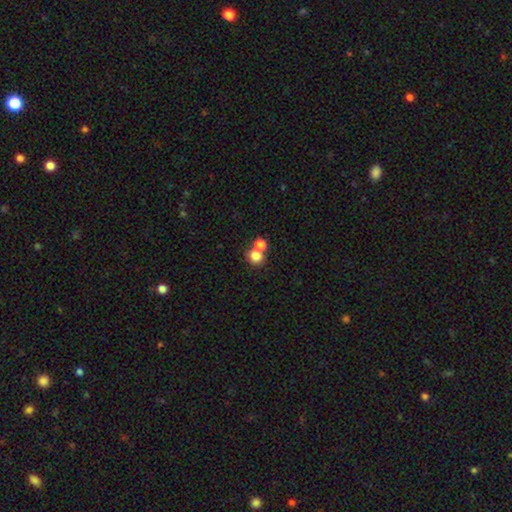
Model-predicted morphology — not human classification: Smooth or featured? smooth (79%)
How rounded? round (75%)
Merging? merger (46%)